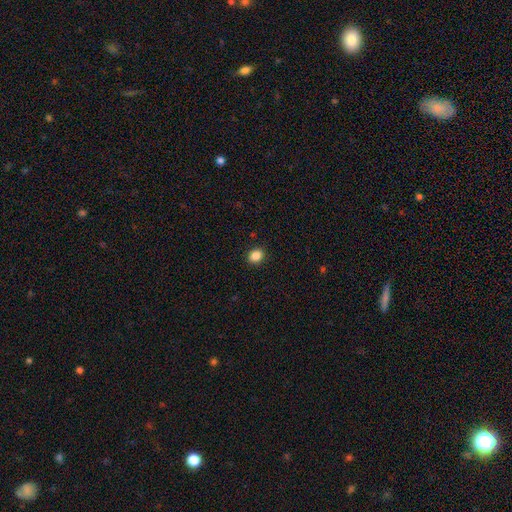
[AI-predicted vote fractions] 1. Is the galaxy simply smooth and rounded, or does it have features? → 86% smooth, 10% star or artifact, 4% featured or disk.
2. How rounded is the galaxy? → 54% round, 45% in between, 1% cigar-shaped.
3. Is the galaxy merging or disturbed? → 91% none, 7% minor disturbance, 2% major disturbance, 1% merger.